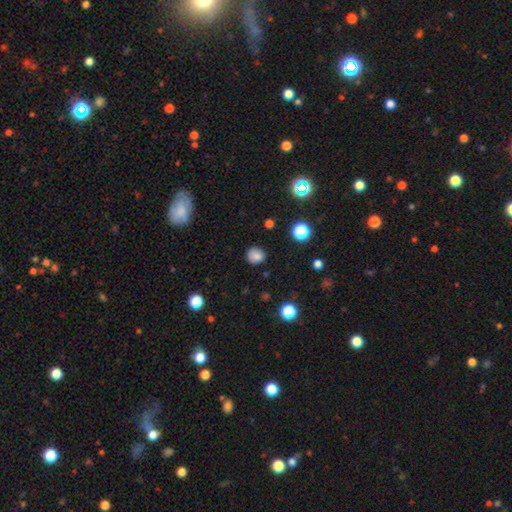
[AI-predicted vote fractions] Smooth or featured? smooth (82%)
How rounded? round (84%)
Merging? none (83%)